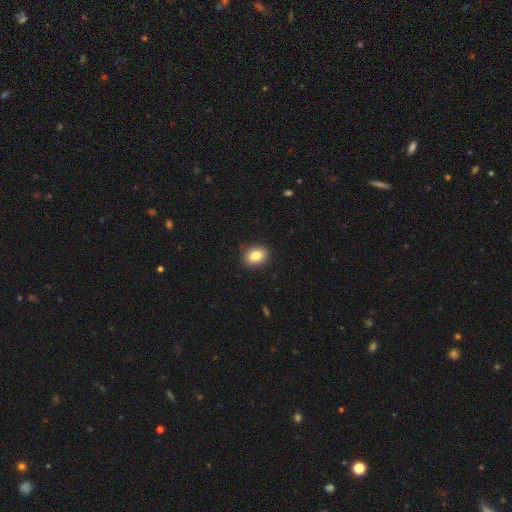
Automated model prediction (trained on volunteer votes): A smooth galaxy with no disk features (84%) that is in between round and cigar-shaped (60%). Merging: none (90%).